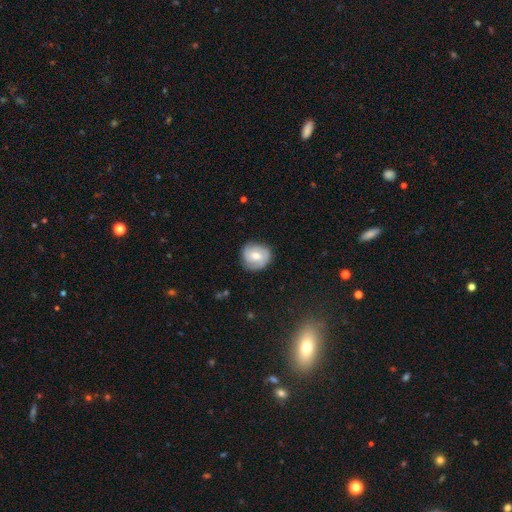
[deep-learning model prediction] Smooth or featured? Predicted: featured or disk (p=0.53). Edge-on disk? Predicted: no (p=0.97). Bar? Predicted: no (p=0.52). Spiral arms? Predicted: yes (p=0.83). Bulge size? Predicted: moderate (p=0.65). Merging? Predicted: none (p=0.78).